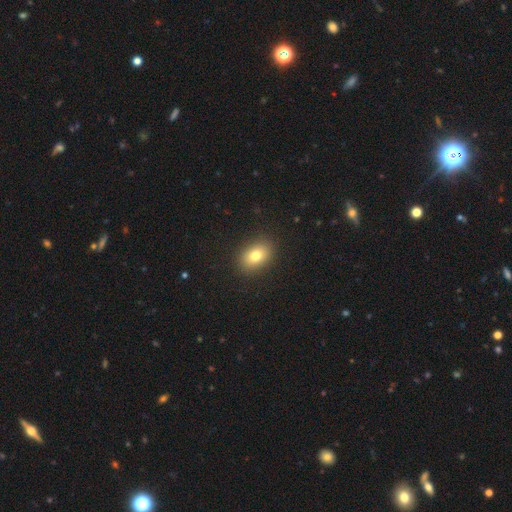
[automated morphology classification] type=smooth (79%); roundness=in between (75%); merging=none (89%).